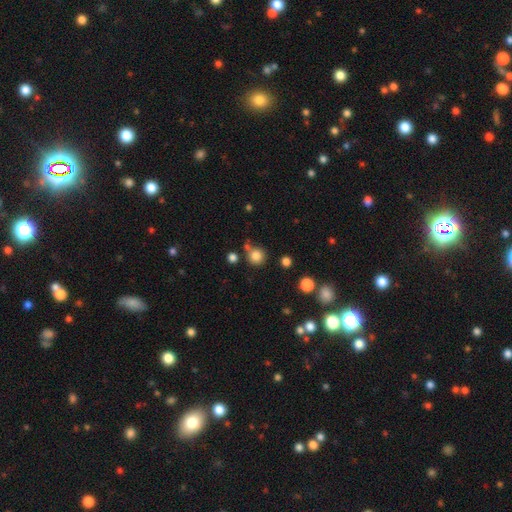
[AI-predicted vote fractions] This is clearly a smooth galaxy (82%). How rounded: clearly round (92%). Merging: likely none (72%).